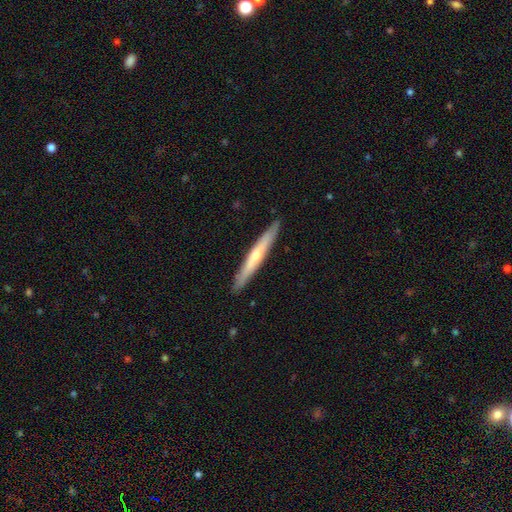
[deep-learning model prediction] A featured or disk galaxy (52%) viewed edge-on (95%).

Vote fractions:
- Smooth or featured? featured or disk: 52% / smooth: 43% / star or artifact: 5%
- Edge-on disk? yes: 95% / no: 5%
- Merging? none: 91% / minor disturbance: 7% / major disturbance: 1% / merger: 1%